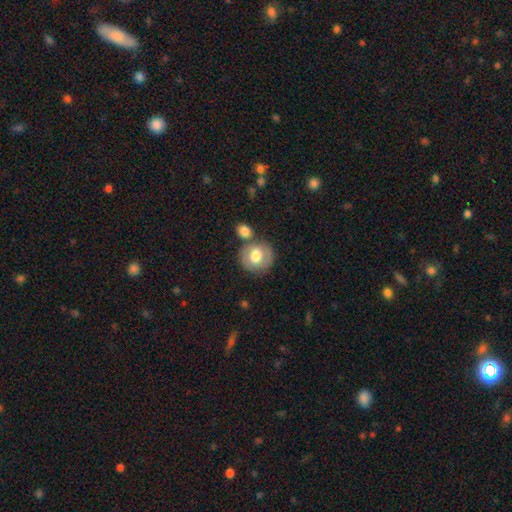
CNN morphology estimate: This is possibly a smooth galaxy (56%). How rounded: likely round (80%). Merging: likely none (67%).